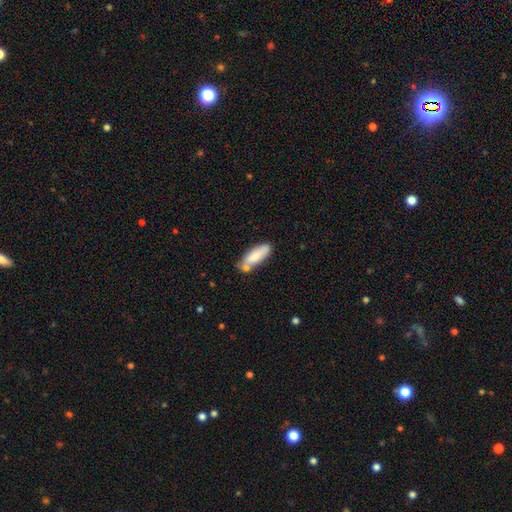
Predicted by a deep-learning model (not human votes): smooth_or_featured: smooth (p=0.79) [alt: featured or disk p=0.15]
how_rounded: in between (p=0.55) [alt: cigar-shaped p=0.44]
merging: none (p=0.55) [alt: minor disturbance p=0.21]